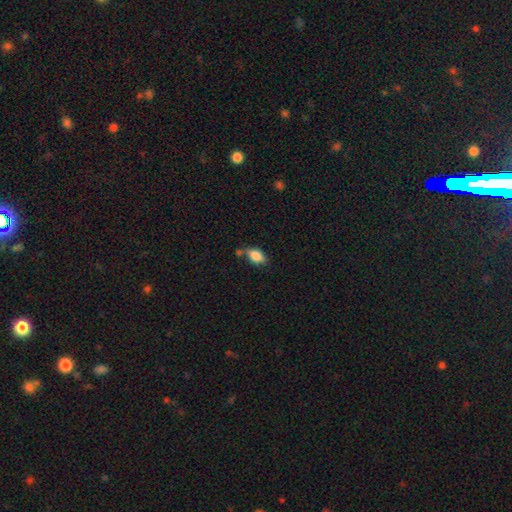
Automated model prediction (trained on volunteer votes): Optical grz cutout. It shows a smooth galaxy with no disk features (80%) that is in between round and cigar-shaped (87%). Merging: none (56%).